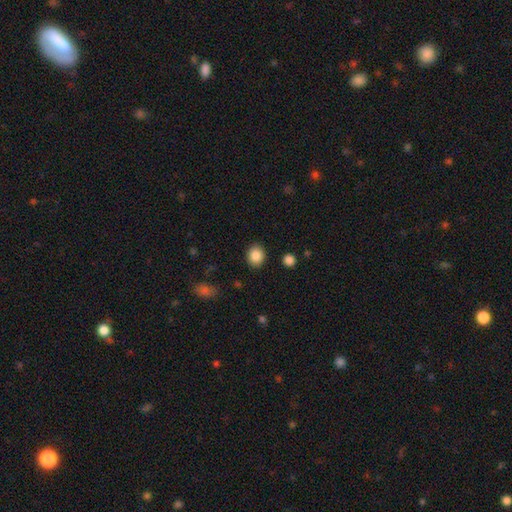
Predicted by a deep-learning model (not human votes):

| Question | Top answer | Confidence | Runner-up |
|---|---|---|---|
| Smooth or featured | smooth | 87% | star or artifact (9%) |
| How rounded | round | 71% | in between (28%) |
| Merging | none | 89% | minor disturbance (7%) |